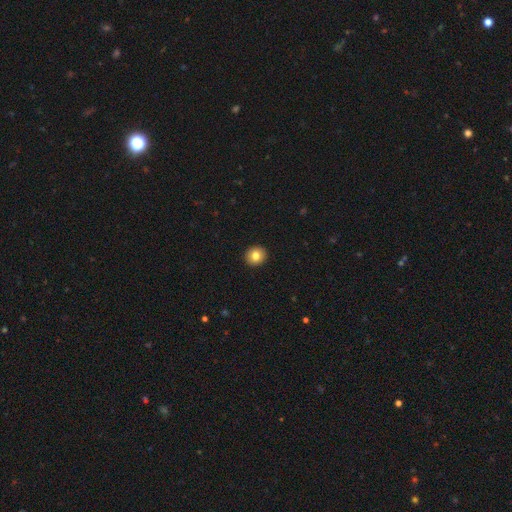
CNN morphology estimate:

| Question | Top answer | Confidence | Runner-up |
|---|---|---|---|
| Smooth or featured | smooth | 82% | star or artifact (10%) |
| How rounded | round | 88% | in between (11%) |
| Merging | none | 93% | minor disturbance (4%) |